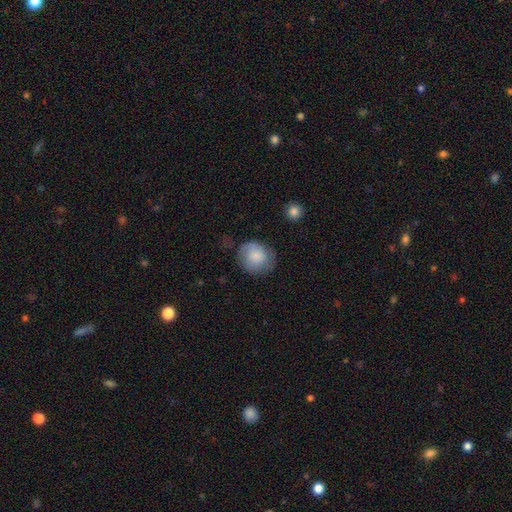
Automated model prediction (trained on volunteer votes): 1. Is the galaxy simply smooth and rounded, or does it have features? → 79% smooth, 14% featured or disk, 7% star or artifact.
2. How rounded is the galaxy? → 78% round, 21% in between, 1% cigar-shaped.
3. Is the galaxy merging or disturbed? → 63% none, 25% minor disturbance, 9% major disturbance, 2% merger.